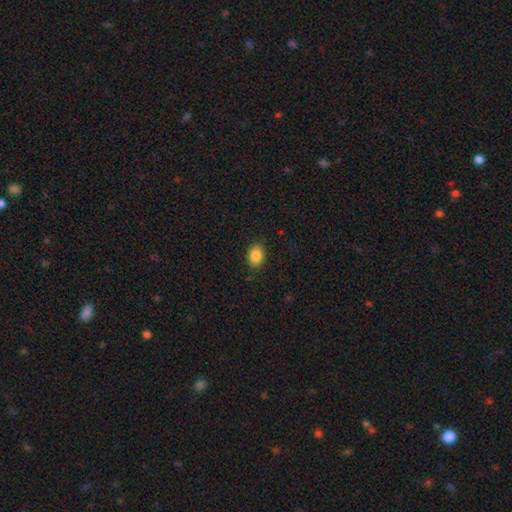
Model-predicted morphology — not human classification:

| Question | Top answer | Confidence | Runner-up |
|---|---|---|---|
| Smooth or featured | smooth | 86% | star or artifact (9%) |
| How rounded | in between | 71% | round (27%) |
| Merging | none | 86% | minor disturbance (10%) |